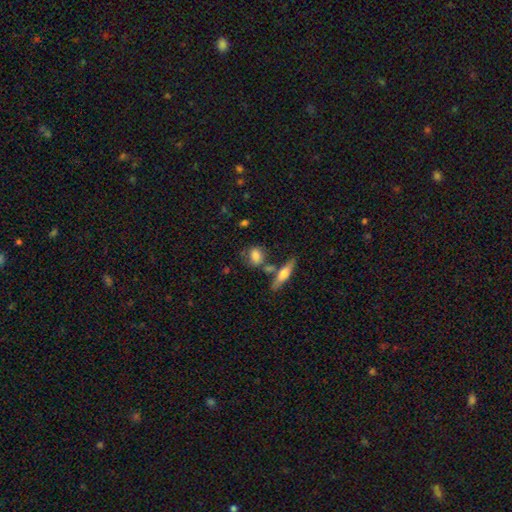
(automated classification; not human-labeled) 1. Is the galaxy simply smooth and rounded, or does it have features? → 76% smooth, 16% featured or disk, 8% star or artifact.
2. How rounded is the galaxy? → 56% in between, 34% round, 9% cigar-shaped.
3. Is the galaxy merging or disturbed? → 61% none, 17% minor disturbance, 16% merger, 5% major disturbance.